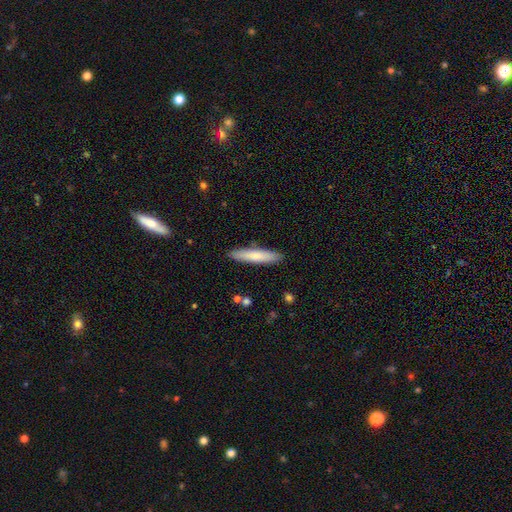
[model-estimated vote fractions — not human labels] A smooth galaxy with no disk features (73%) that is cigar-shaped (90%). Merging: none (89%).